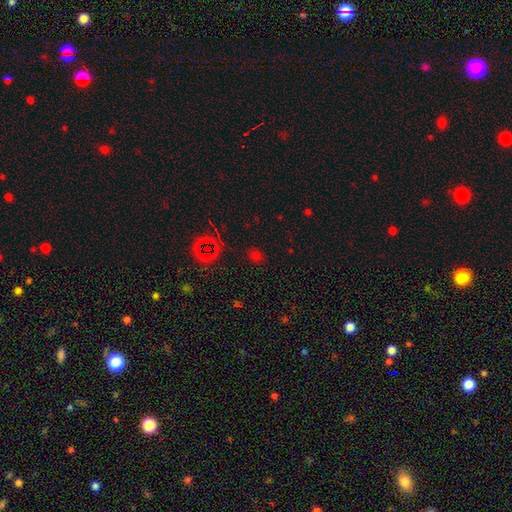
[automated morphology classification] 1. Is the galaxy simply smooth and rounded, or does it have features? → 48% smooth, 46% star or artifact, 6% featured or disk.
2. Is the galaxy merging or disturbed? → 80% none, 12% minor disturbance, 5% major disturbance, 3% merger.